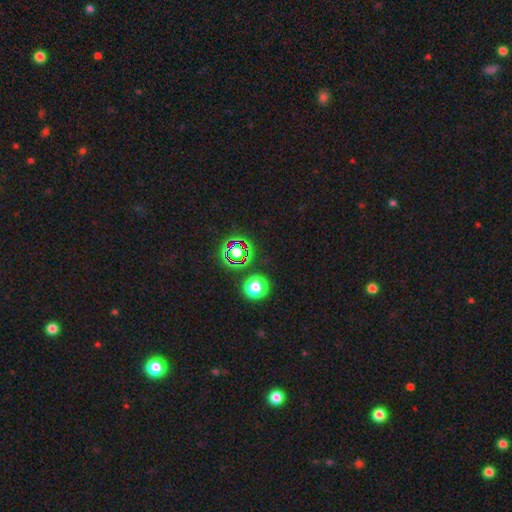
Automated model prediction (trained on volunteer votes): This is likely a star or artifact rather than a galaxy (70%).